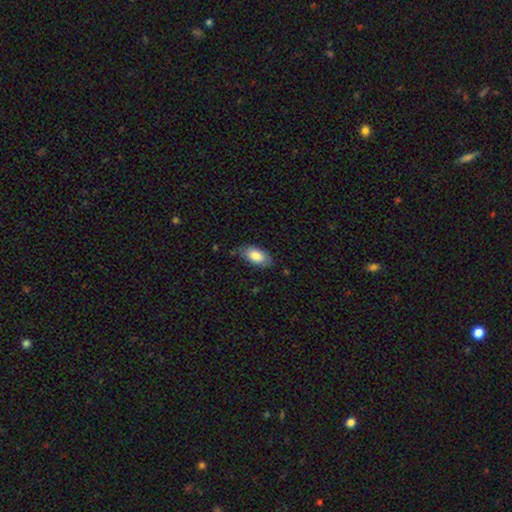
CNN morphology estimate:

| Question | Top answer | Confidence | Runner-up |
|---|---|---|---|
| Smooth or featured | smooth | 83% | featured or disk (10%) |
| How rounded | in between | 93% | cigar-shaped (4%) |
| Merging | none | 75% | minor disturbance (20%) |